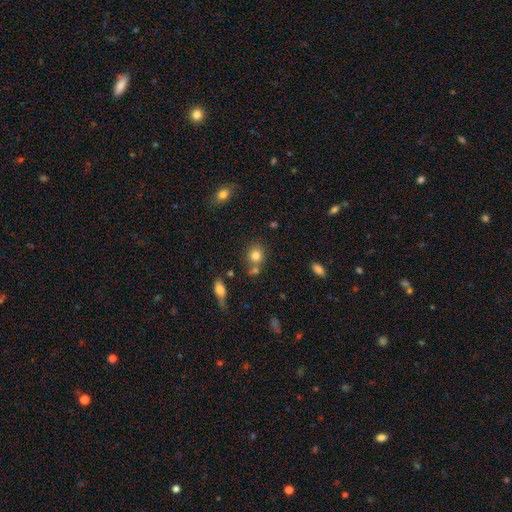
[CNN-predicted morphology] Smooth or featured: smooth — 80% (star or artifact — 11%)
How rounded: round — 78% (in between — 21%)
Merging: none — 65% (merger — 20%)